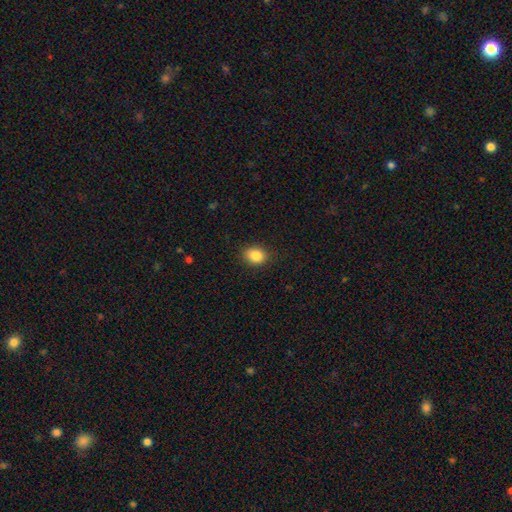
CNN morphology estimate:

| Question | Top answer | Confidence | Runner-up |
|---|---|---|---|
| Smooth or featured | smooth | 86% | star or artifact (9%) |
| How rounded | in between | 54% | round (45%) |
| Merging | none | 86% | minor disturbance (10%) |